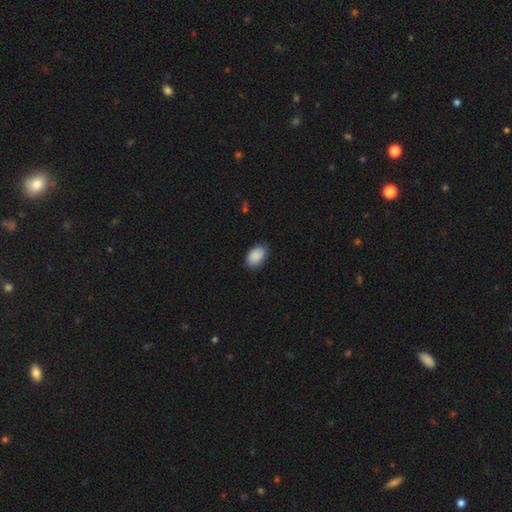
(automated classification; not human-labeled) This appears to be a smooth galaxy with no disk features (90%) that is in between round and cigar-shaped (89%). Merging: none (82%).